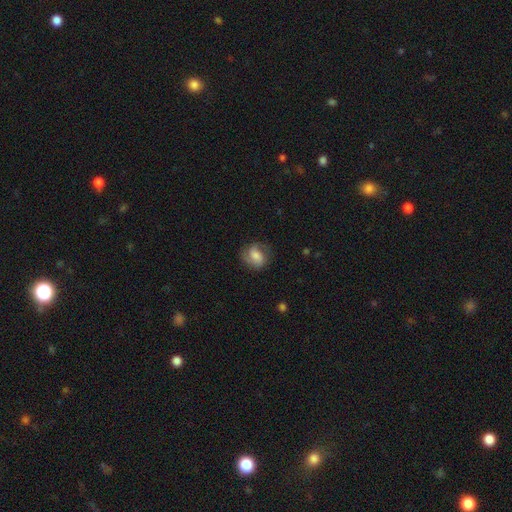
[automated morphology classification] Q: Smooth or featured?
A: smooth (49%); runner-up: featured or disk (42%)
Q: Merging?
A: none (70%); runner-up: minor disturbance (20%)